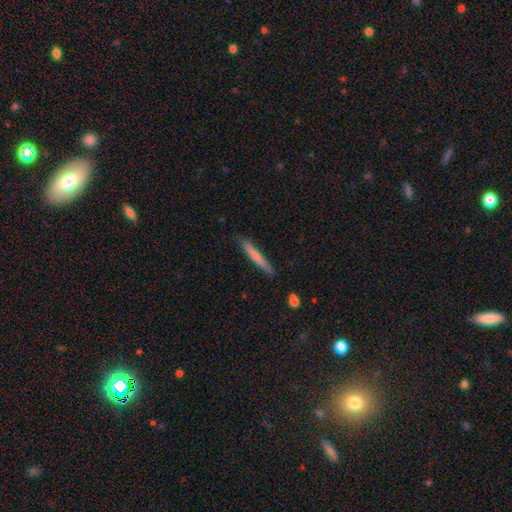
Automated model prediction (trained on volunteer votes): A smooth galaxy with no disk features (69%) that is cigar-shaped (96%).

Vote fractions:
- Smooth or featured? smooth: 69% / featured or disk: 25% / star or artifact: 6%
- How rounded? cigar-shaped: 96% / in between: 3% / round: 1%
- Merging? none: 87% / minor disturbance: 10% / major disturbance: 2% / merger: 1%